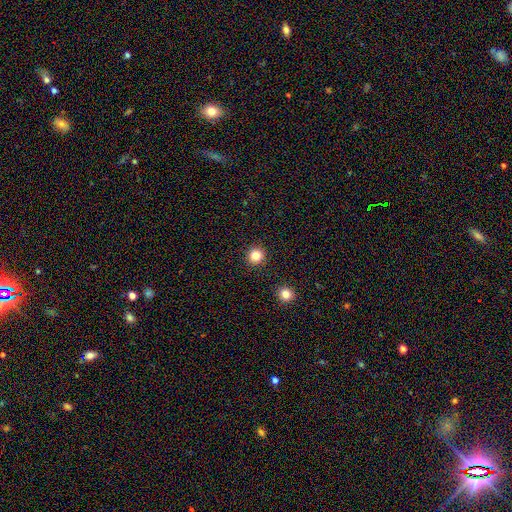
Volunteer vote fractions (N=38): This appears to be a smooth galaxy with no disk features (92%) that is round (94%). Merging: none (97%).